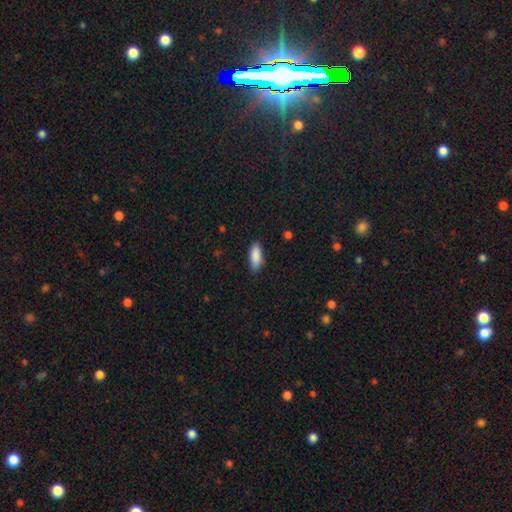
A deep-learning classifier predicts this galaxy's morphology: smooth 89%, star or artifact 6%, featured or disk 5%. Down the decision tree: how rounded — in between (76%); merging — none (86%).